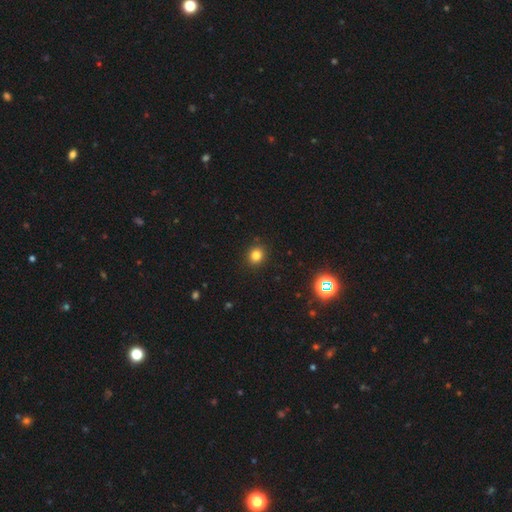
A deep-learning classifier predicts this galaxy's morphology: Smooth or featured? smooth (81%)
How rounded? round (76%)
Merging? none (90%)